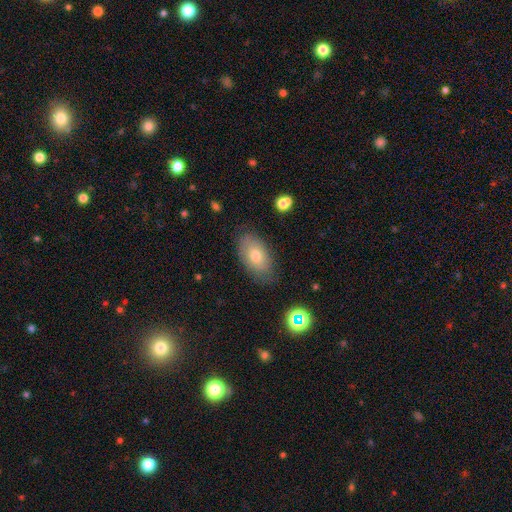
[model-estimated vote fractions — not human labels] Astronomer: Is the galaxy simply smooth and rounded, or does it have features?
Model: smooth — 70%.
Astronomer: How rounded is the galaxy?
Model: in between — 93%.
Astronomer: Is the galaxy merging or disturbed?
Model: none — 78%.